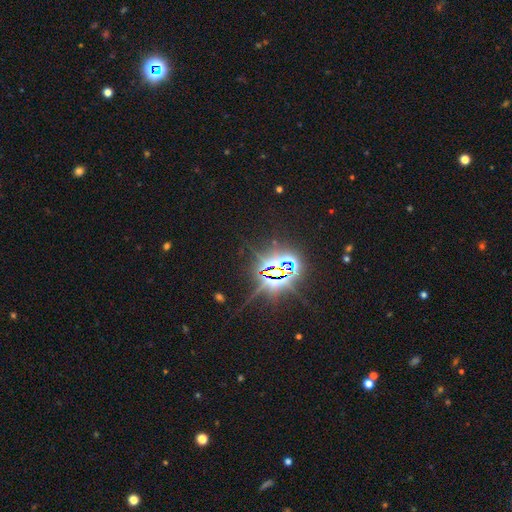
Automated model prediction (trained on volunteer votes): Smooth or featured? Predicted: star or artifact (p=0.86).